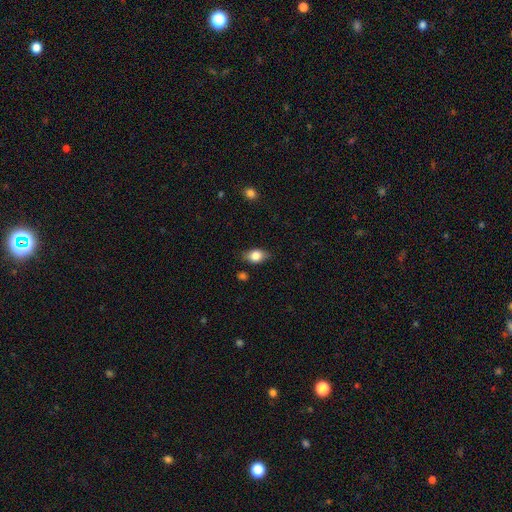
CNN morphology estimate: Smooth or featured? Predicted: smooth (p=0.80). How rounded? Predicted: in between (p=0.80). Merging? Predicted: none (p=0.80).